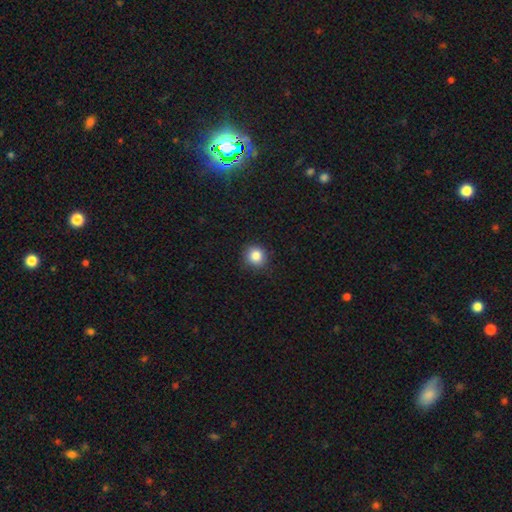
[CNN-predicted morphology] type=smooth (84%); roundness=round (91%); merging=none (89%).